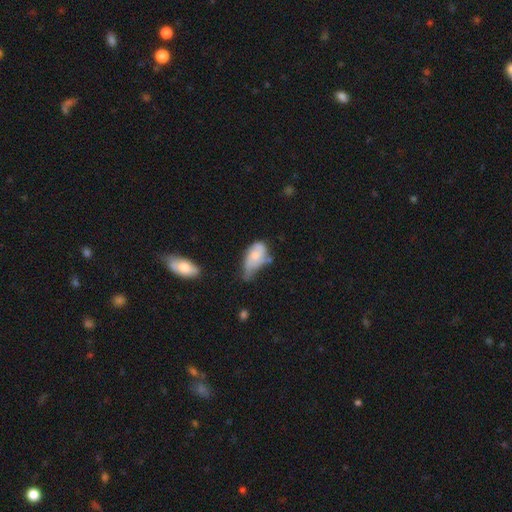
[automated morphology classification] smooth-or-featured: smooth: 55% | featured or disk: 37% | star or artifact: 7%
  how-rounded: in between: 90% | round: 6% | cigar-shaped: 4%
  merging: minor disturbance: 41% | major disturbance: 29% | none: 20% | merger: 11%